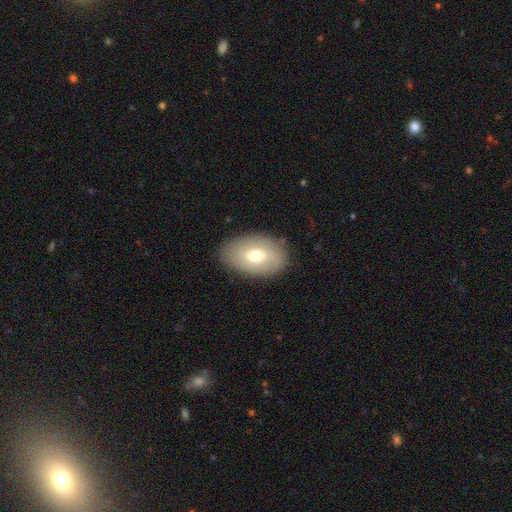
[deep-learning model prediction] Q: Smooth or featured?
A: smooth (64%); runner-up: featured or disk (28%)
Q: How rounded?
A: in between (91%); runner-up: round (8%)
Q: Merging?
A: none (84%); runner-up: minor disturbance (11%)